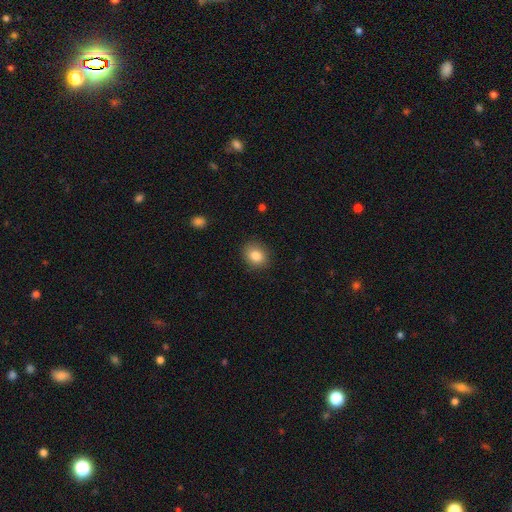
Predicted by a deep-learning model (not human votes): Smooth or featured? Predicted: smooth (p=0.84). How rounded? Predicted: round (p=0.63). Merging? Predicted: none (p=0.88).